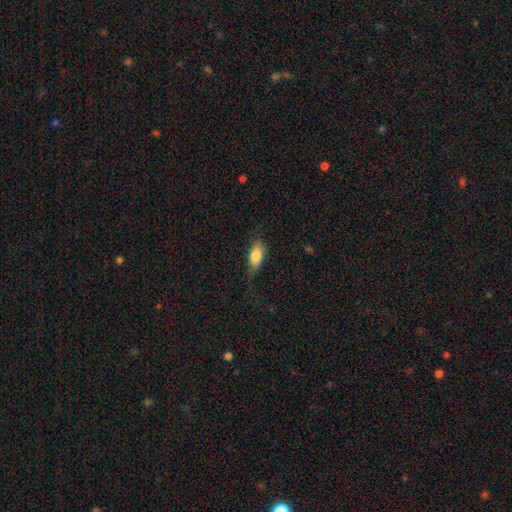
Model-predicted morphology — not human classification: type=smooth (78%); roundness=in between (84%); merging=none (64%).